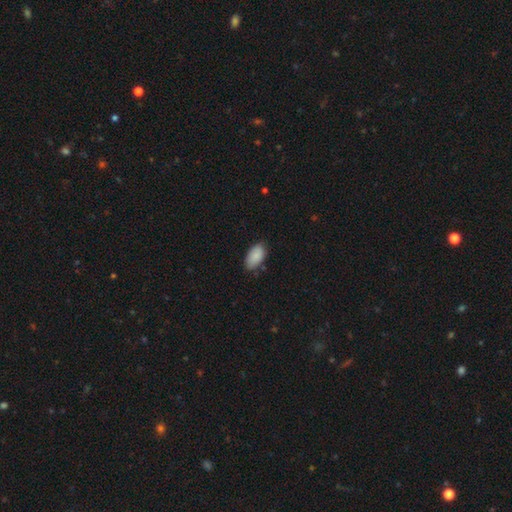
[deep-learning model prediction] Smooth or featured? smooth (88%)
How rounded? in between (95%)
Merging? none (74%)